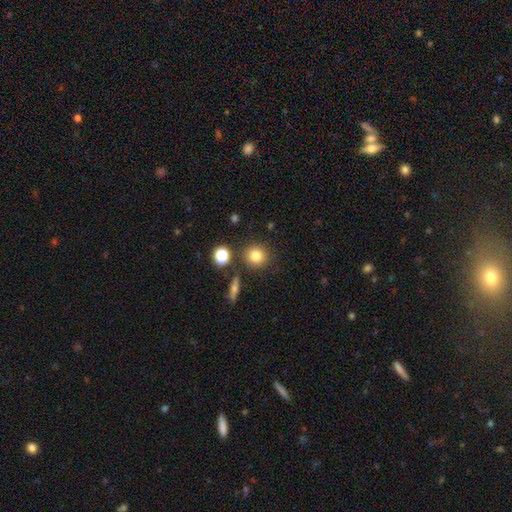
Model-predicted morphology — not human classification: smooth-or-featured: smooth: 80% | star or artifact: 13% | featured or disk: 8%
  how-rounded: round: 89% | in between: 9% | cigar-shaped: 1%
  merging: none: 84% | minor disturbance: 8% | merger: 5% | major disturbance: 3%